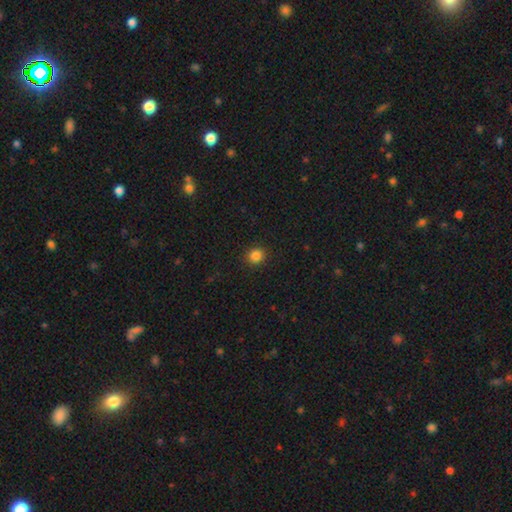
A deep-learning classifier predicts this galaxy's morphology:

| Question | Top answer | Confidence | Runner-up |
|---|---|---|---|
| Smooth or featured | smooth | 85% | star or artifact (12%) |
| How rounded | round | 87% | in between (12%) |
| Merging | none | 91% | minor disturbance (6%) |